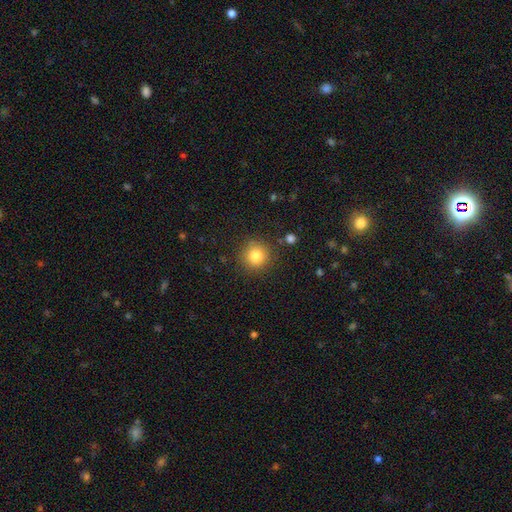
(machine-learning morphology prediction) smooth-or-featured: smooth: 82% | star or artifact: 11% | featured or disk: 7%
  how-rounded: round: 94% | in between: 5% | cigar-shaped: 1%
  merging: none: 87% | minor disturbance: 8% | major disturbance: 3% | merger: 2%